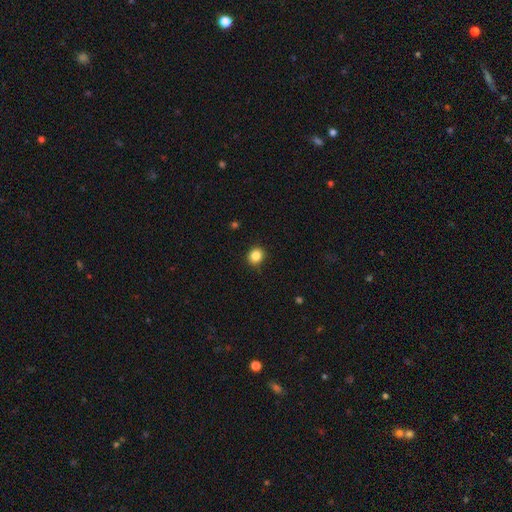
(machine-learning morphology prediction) This is clearly a smooth galaxy (85%). How rounded: clearly round (83%). Merging: clearly none (90%).